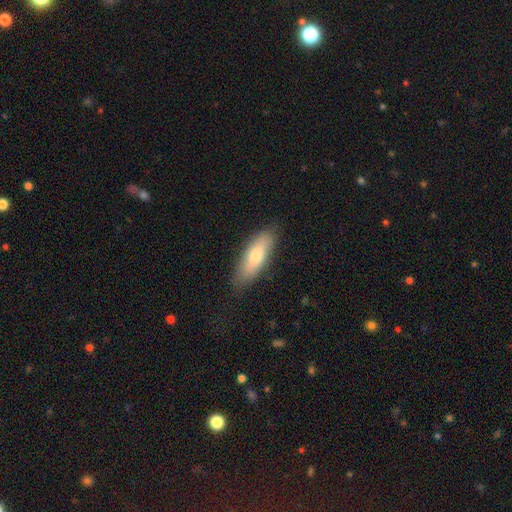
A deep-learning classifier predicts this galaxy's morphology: type=smooth (72%); roundness=in between (58%); merging=none (82%).